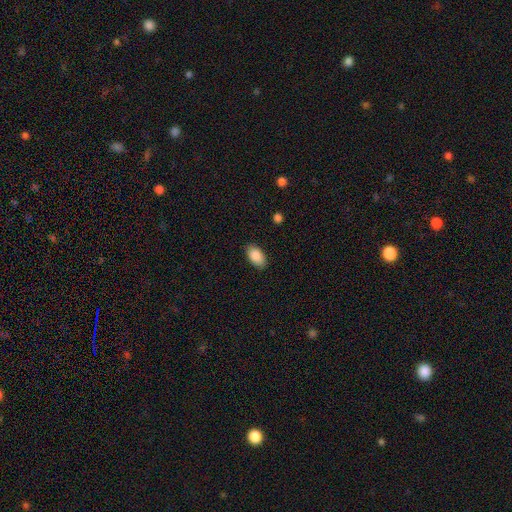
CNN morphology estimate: Smooth or featured?
  - smooth: 88% *
  - star or artifact: 7%
  - featured or disk: 5%
How rounded?
  - in between: 93% *
  - round: 5%
  - cigar-shaped: 2%
Merging?
  - none: 86% *
  - minor disturbance: 11%
  - major disturbance: 2%
  - merger: 1%